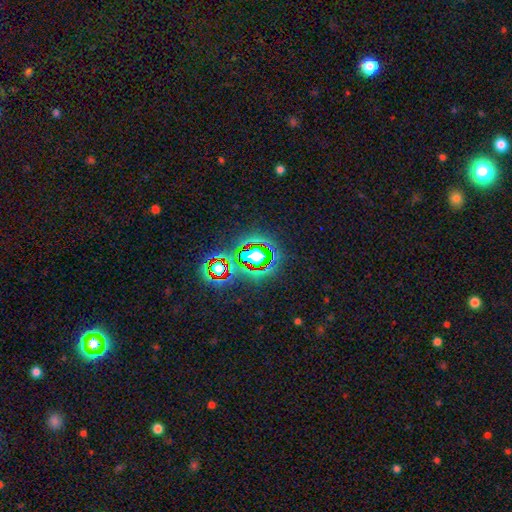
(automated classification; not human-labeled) Smooth or featured? star or artifact (68%)